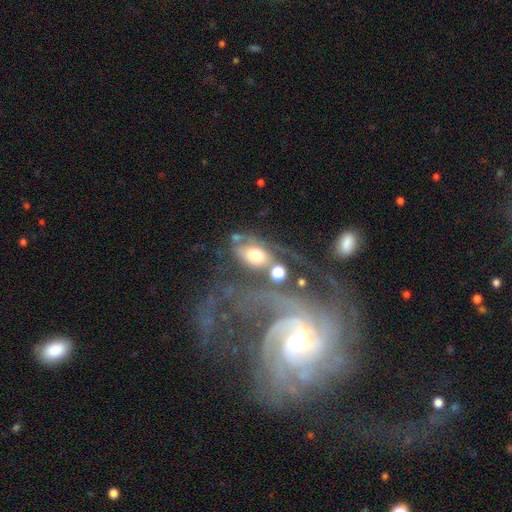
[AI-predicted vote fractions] featured or disk 47%, smooth 41%, star or artifact 12%. Down the decision tree: merging — none (29%, tied with major disturbance).